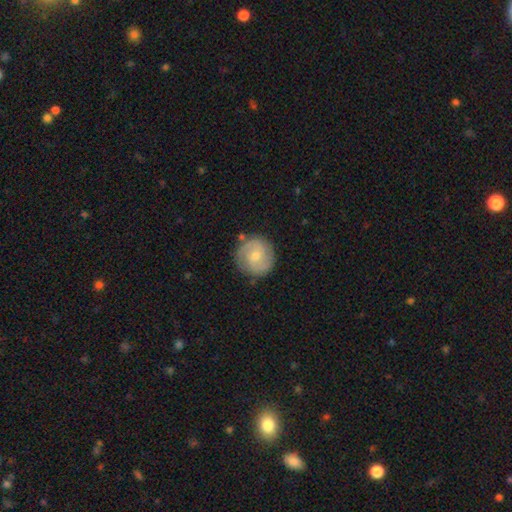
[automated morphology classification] A featured or disk galaxy (60%) with no bar (54%), 2 (74%) tight (43%) spiral arms (88%) and a small central bulge (48%).

Vote fractions:
- Smooth or featured? featured or disk: 60% / smooth: 34% / star or artifact: 6%
- Edge-on disk? no: 98% / yes: 2%
- Bar? no: 54% / weak: 40% / strong: 6%
- Spiral arms? yes: 88% / no: 12%
- Spiral winding? tight: 43% / medium: 42% / loose: 15%
- Spiral arm count? 2: 74% / can't tell: 13% / 3: 6% / 1: 3% / 4: 2% / more than 4: 2%
- Bulge size? small: 48% / moderate: 47% / none: 2% / large: 2% / dominant: 1%
- Merging? none: 82% / minor disturbance: 12% / major disturbance: 3% / merger: 2%